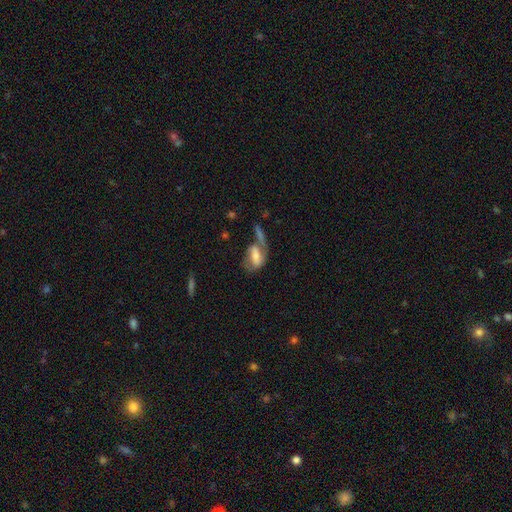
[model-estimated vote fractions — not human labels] Smooth or featured: featured or disk — 48% (smooth — 45%)
Merging: none — 29% (tied with merger — 29%)